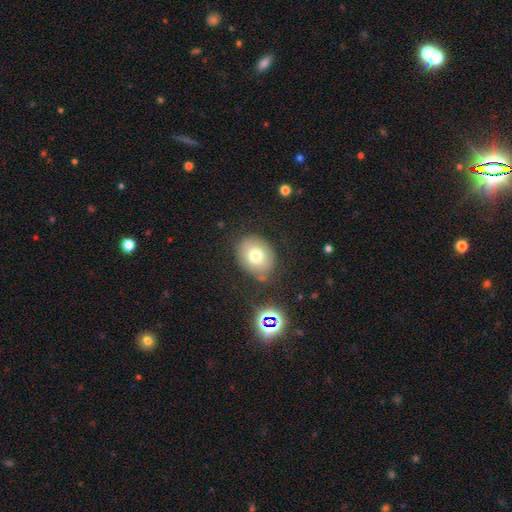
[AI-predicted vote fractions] This appears to be a smooth galaxy with no disk features (74%) that is round (51%). Merging: none (77%).